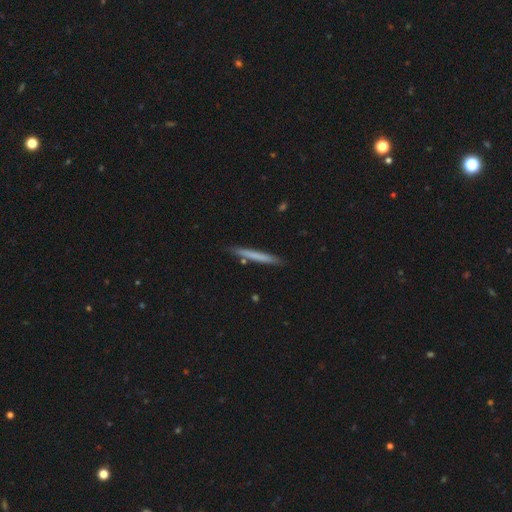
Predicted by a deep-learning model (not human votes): Q: Smooth or featured?
A: smooth (66%); runner-up: featured or disk (28%)
Q: How rounded?
A: cigar-shaped (97%); runner-up: in between (2%)
Q: Merging?
A: none (86%); runner-up: minor disturbance (9%)